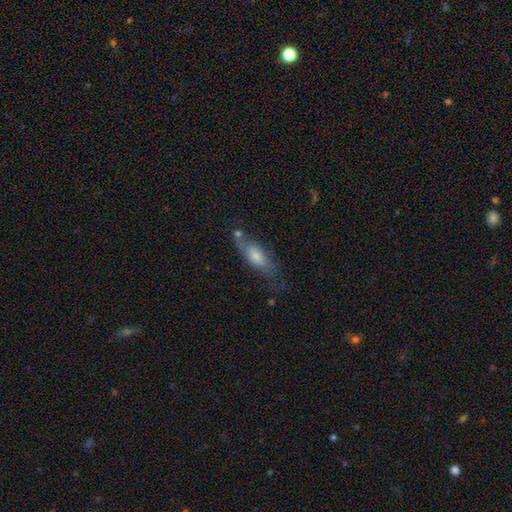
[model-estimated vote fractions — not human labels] This appears to be a smooth galaxy with no disk features (53%) that is in between round and cigar-shaped (57%). Merging: none (57%).